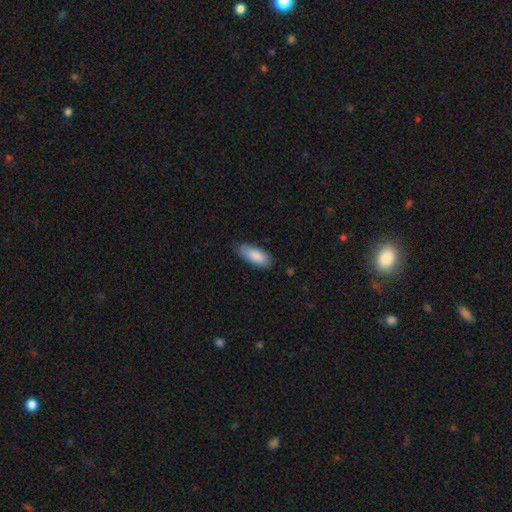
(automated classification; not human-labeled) A smooth galaxy with no disk features (86%) that is in between round and cigar-shaped (81%).

Vote fractions:
- Smooth or featured? smooth: 86% / featured or disk: 8% / star or artifact: 6%
- How rounded? in between: 81% / cigar-shaped: 17% / round: 2%
- Merging? none: 75% / minor disturbance: 20% / major disturbance: 3% / merger: 1%